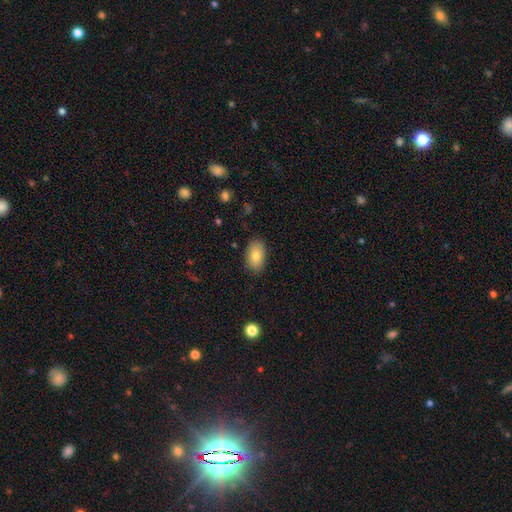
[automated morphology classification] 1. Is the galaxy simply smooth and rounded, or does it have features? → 81% smooth, 11% featured or disk, 7% star or artifact.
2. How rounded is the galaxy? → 91% in between, 7% round, 2% cigar-shaped.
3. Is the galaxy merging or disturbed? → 85% none, 11% minor disturbance, 2% major disturbance, 1% merger.